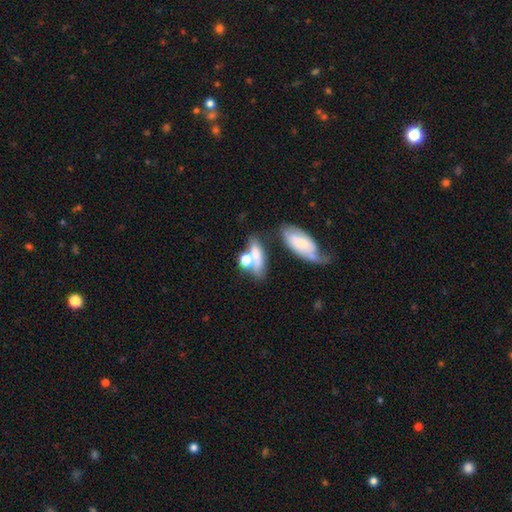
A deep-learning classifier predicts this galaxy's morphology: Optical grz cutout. It shows a smooth galaxy with no disk features (65%) that is in between round and cigar-shaped (64%). Merging: none (39%).